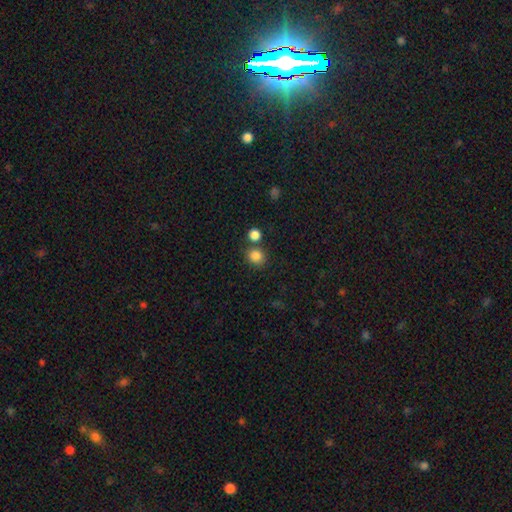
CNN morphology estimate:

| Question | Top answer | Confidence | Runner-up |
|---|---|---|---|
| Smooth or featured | smooth | 84% | star or artifact (11%) |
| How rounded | round | 82% | in between (17%) |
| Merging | none | 71% | merger (17%) |